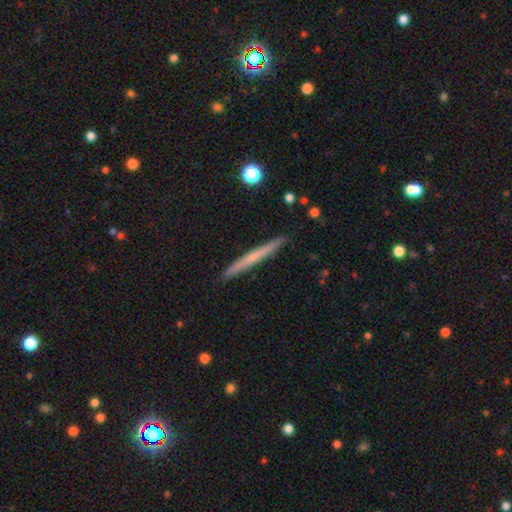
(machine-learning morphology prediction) smooth_or_featured: smooth (p=0.52) [alt: featured or disk p=0.42]
how_rounded: cigar-shaped (p=0.97) [alt: in between p=0.02]
merging: none (p=0.92) [alt: minor disturbance p=0.06]